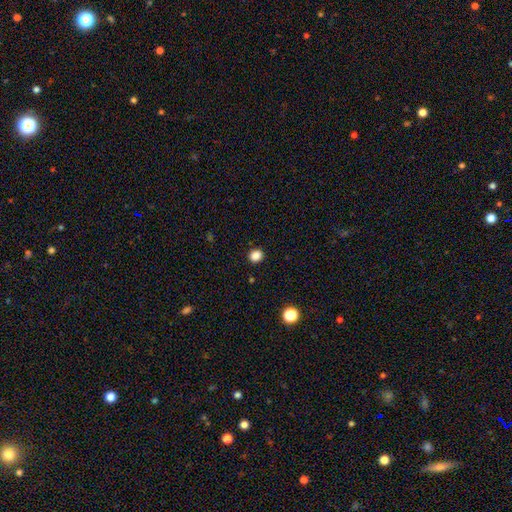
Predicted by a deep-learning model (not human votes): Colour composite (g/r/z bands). It shows a smooth galaxy with no disk features (85%) that is round (81%). Merging: none (92%).